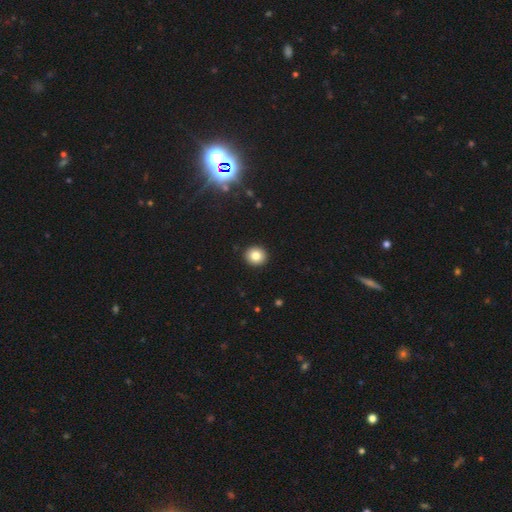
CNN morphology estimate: type=smooth (83%); roundness=round (87%); merging=none (93%).